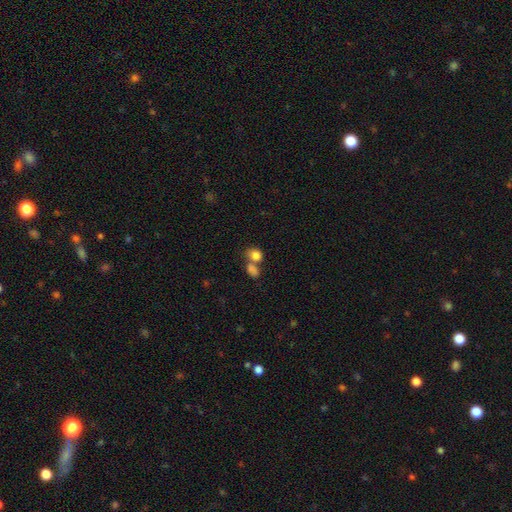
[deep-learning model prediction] A smooth galaxy with no disk features (82%) that is in between round and cigar-shaped (51%).

Vote fractions:
- Smooth or featured? smooth: 82% / star or artifact: 10% / featured or disk: 9%
- How rounded? in between: 51% / round: 47% / cigar-shaped: 1%
- Merging? merger: 49% / none: 37% / minor disturbance: 10% / major disturbance: 5%